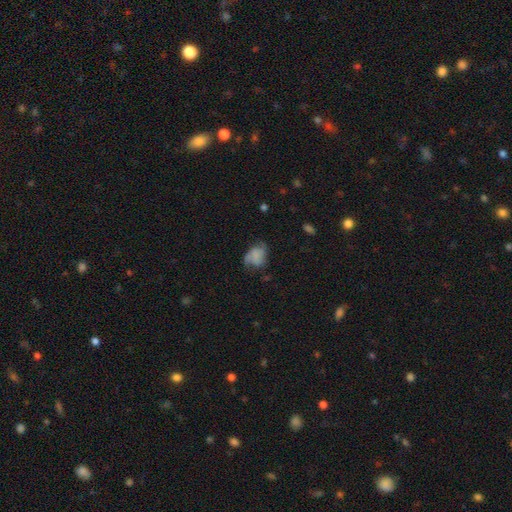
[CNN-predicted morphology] A smooth galaxy with no disk features (55%) that is in between round and cigar-shaped (70%). Merging: none (42%).